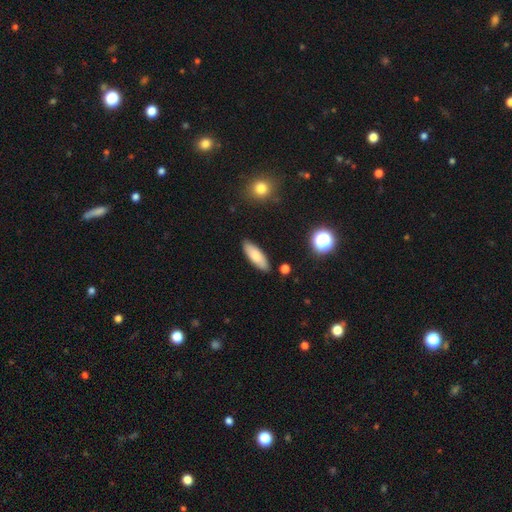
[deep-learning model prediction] This is likely a smooth galaxy (77%). How rounded: possibly in between (59%). Merging: clearly none (87%).